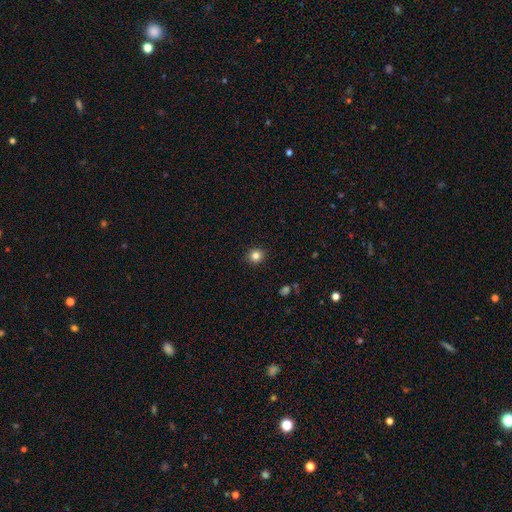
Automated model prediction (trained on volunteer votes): smooth 83%, star or artifact 12%, featured or disk 5%. Down the decision tree: how rounded — round (86%); merging — none (91%).